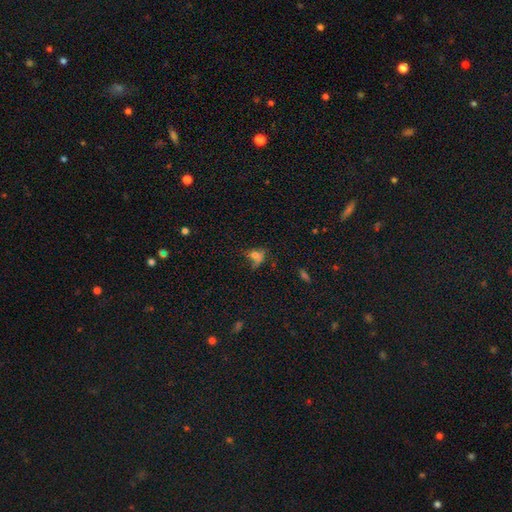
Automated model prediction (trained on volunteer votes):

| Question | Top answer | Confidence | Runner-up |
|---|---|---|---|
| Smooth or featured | smooth | 60% | star or artifact (22%) |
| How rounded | in between | 58% | round (38%) |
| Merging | none | 35% | major disturbance (29%) |